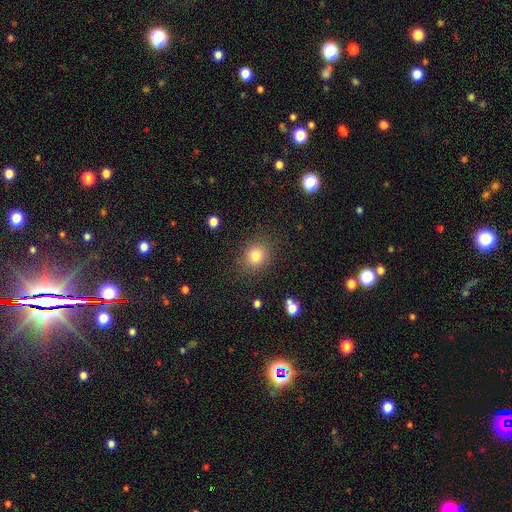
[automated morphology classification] Q: Smooth or featured?
A: smooth (81%); runner-up: star or artifact (12%)
Q: How rounded?
A: round (69%); runner-up: in between (30%)
Q: Merging?
A: none (85%); runner-up: minor disturbance (10%)